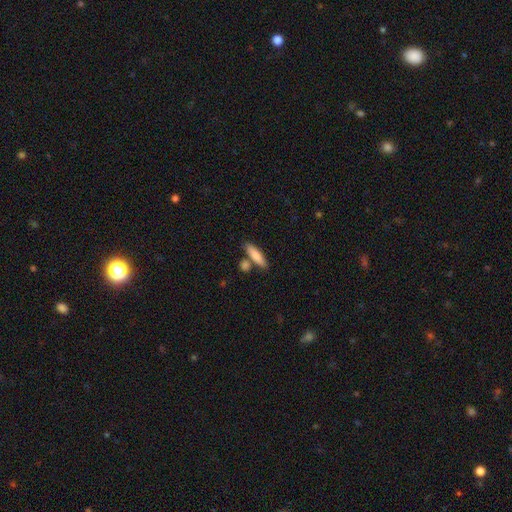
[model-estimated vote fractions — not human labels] This appears to be a smooth galaxy with no disk features (79%) that is cigar-shaped (69%). Merging: none (72%).